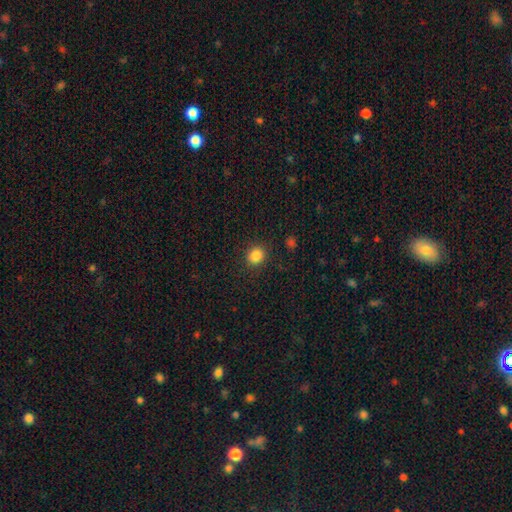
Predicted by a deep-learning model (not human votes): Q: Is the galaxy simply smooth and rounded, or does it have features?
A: smooth — 85%.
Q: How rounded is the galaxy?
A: round — 77%.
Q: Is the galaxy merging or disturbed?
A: none — 88%.